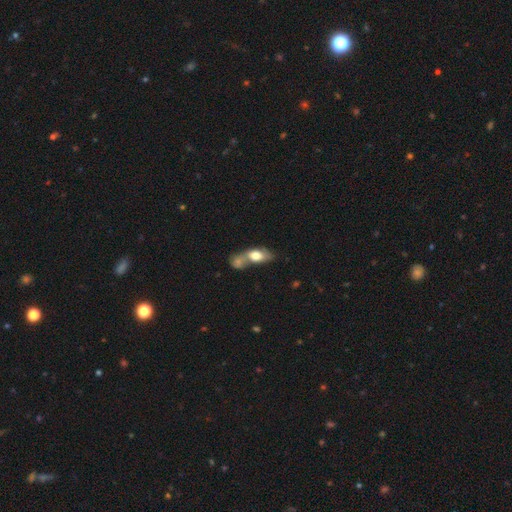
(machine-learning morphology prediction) This appears to be a smooth galaxy with no disk features (69%) that is in between round and cigar-shaped (78%). Merging: merger (66%).